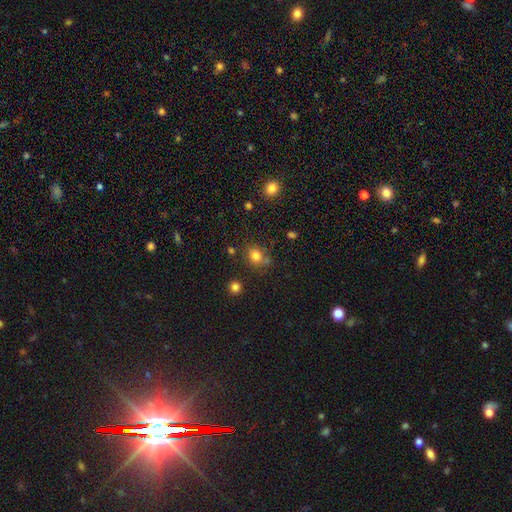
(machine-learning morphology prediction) Overall: smooth (78%). How rounded: round (73%). Merging: none (67%).